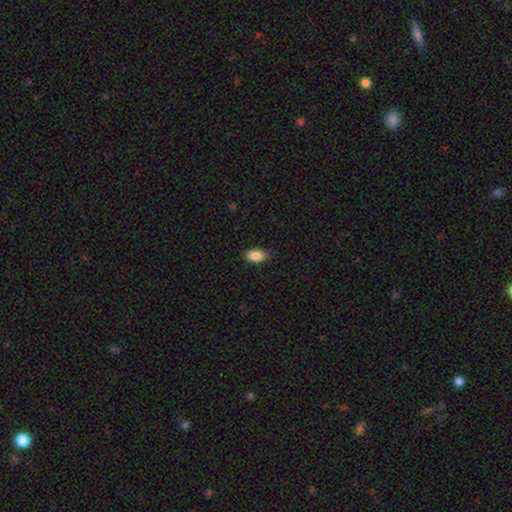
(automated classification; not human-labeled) Q: Smooth or featured?
A: smooth (88%); runner-up: star or artifact (8%)
Q: How rounded?
A: in between (92%); runner-up: round (5%)
Q: Merging?
A: none (83%); runner-up: minor disturbance (13%)